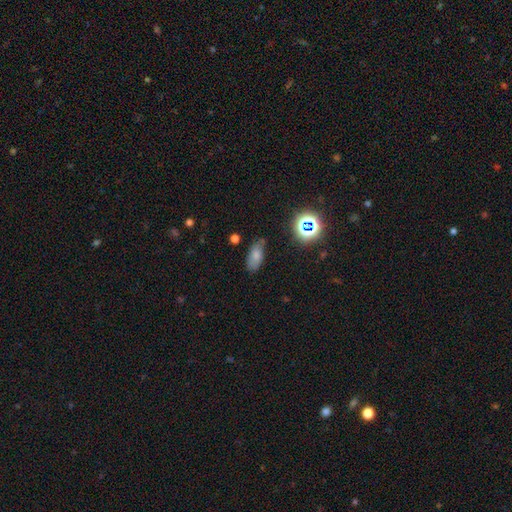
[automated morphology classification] A smooth galaxy with no disk features (72%) that is in between round and cigar-shaped (86%). Merging: none (69%).